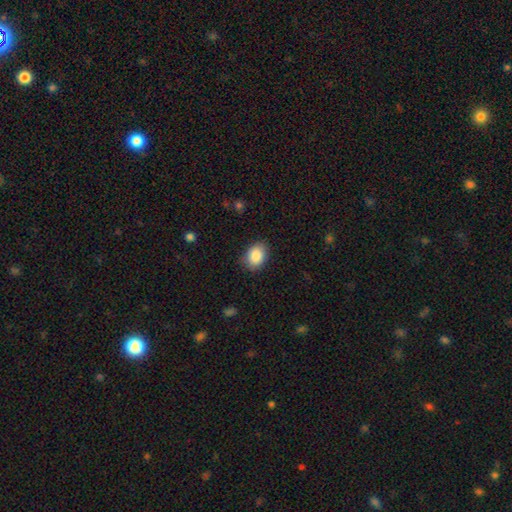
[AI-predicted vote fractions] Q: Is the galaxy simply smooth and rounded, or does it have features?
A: smooth — 87%.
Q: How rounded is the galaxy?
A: in between — 74%.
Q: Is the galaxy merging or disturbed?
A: none — 82%.